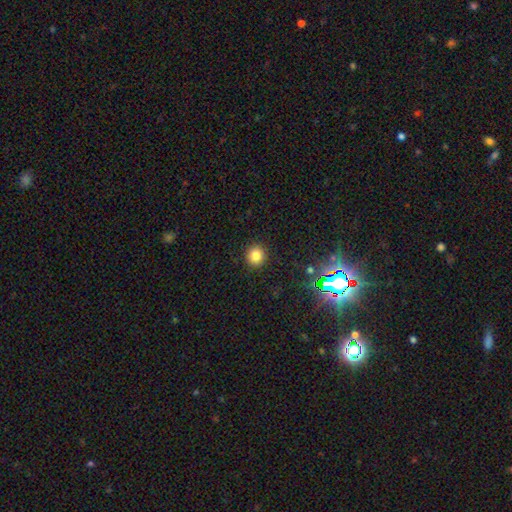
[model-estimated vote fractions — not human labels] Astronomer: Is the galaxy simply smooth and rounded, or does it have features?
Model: smooth — 80%.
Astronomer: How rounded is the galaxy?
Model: round — 90%.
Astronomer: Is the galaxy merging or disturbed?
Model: none — 91%.